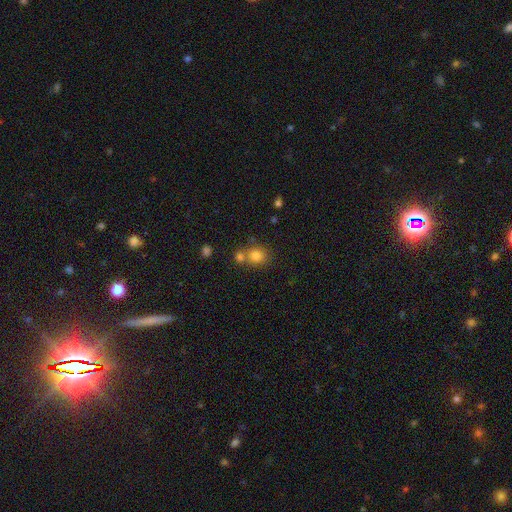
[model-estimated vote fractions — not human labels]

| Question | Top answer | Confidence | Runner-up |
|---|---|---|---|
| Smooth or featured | smooth | 80% | star or artifact (12%) |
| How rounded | round | 77% | in between (22%) |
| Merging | none | 57% | merger (31%) |